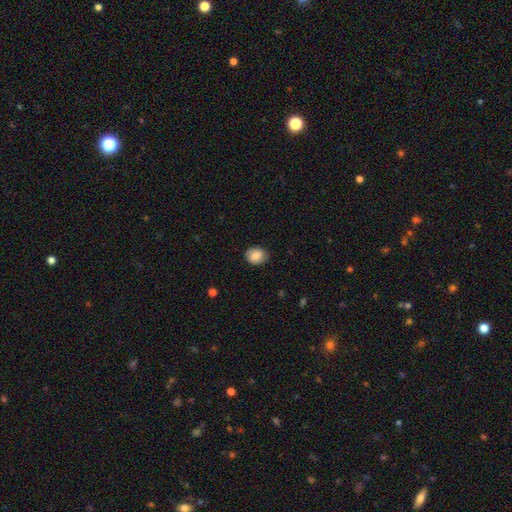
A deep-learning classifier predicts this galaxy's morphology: This is likely a smooth galaxy (79%). How rounded: possibly round (50%). Merging: clearly none (83%).